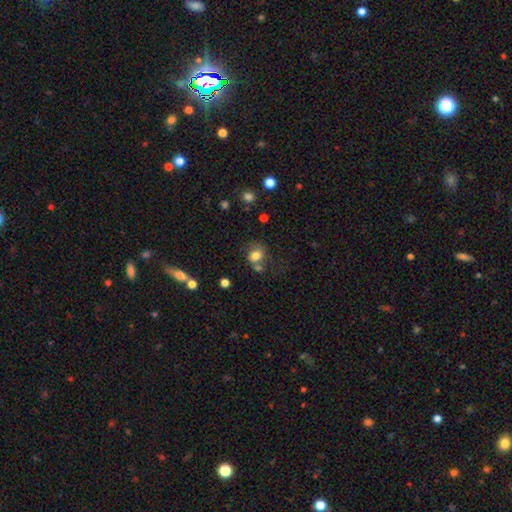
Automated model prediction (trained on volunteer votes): smooth 77%, featured or disk 12%, star or artifact 11%. Down the decision tree: how rounded — round (59%); merging — none (49%).